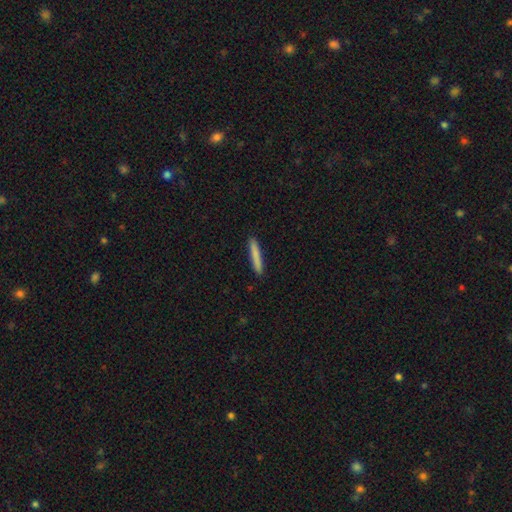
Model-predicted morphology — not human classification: This is clearly a smooth galaxy (81%). How rounded: clearly cigar-shaped (95%). Merging: clearly none (91%).